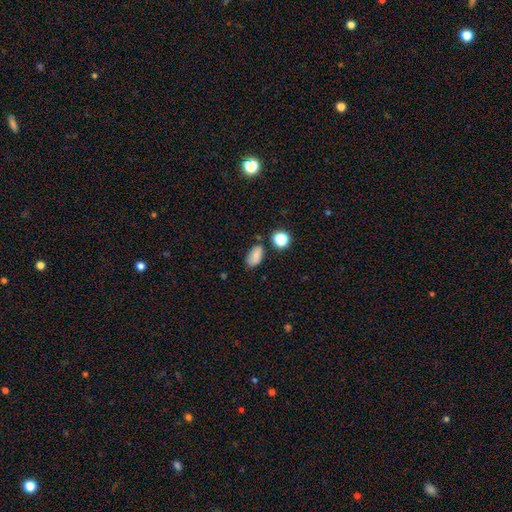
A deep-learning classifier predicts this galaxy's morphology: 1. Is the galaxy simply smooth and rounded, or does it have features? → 81% smooth, 11% star or artifact, 8% featured or disk.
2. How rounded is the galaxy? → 89% in between, 8% round, 3% cigar-shaped.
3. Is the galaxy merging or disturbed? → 72% none, 18% minor disturbance, 5% merger, 4% major disturbance.